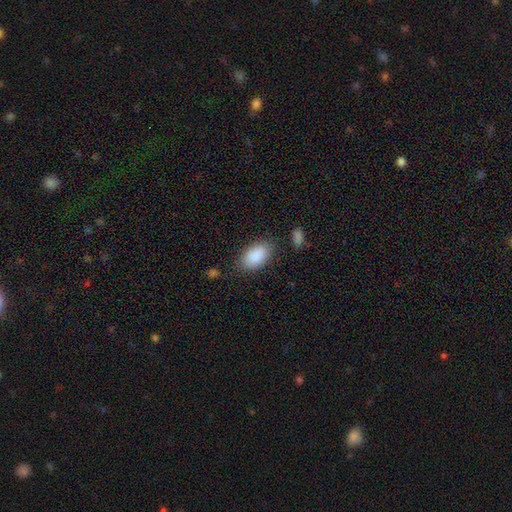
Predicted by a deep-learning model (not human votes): smooth 90%, star or artifact 6%, featured or disk 4%. Down the decision tree: how rounded — in between (94%); merging — none (81%).